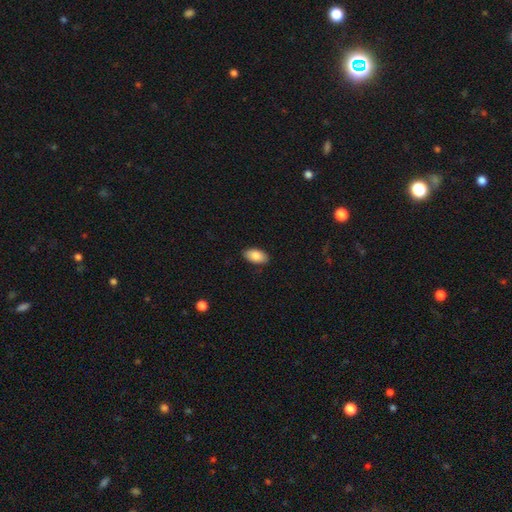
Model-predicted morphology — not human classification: This appears to be a smooth galaxy with no disk features (86%) that is in between round and cigar-shaped (94%). Merging: none (88%).